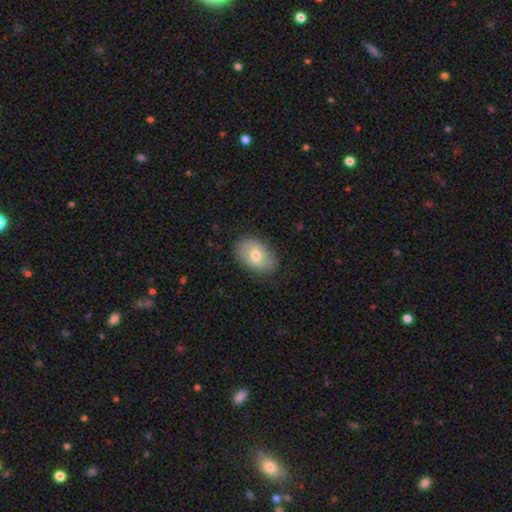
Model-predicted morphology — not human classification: smooth-or-featured: smooth: 70% | featured or disk: 23% | star or artifact: 7%
  how-rounded: in between: 86% | round: 12% | cigar-shaped: 1%
  merging: none: 83% | minor disturbance: 13% | major disturbance: 3% | merger: 1%